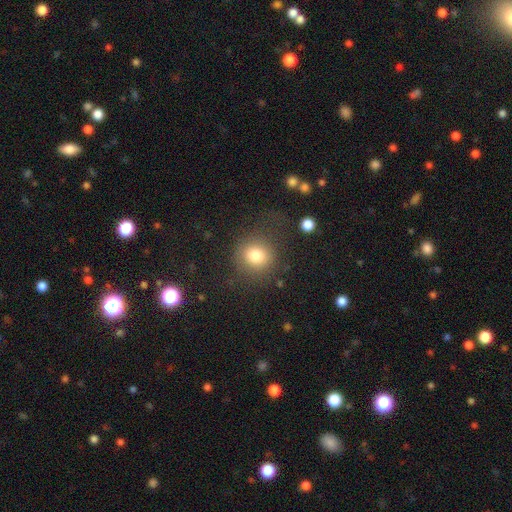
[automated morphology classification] This appears to be a smooth galaxy with no disk features (80%) that is round (84%). Merging: none (73%).